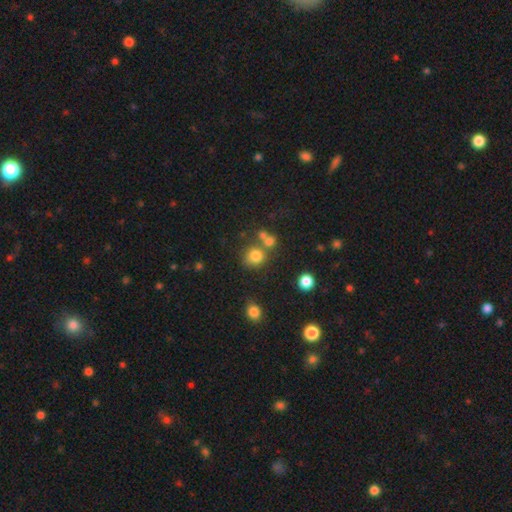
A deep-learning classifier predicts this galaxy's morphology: The model was most divided on "merging": none: 59%, merger: 25%, minor disturbance: 11%, major disturbance: 5%. More confident: how rounded — round (82%); smooth or featured — smooth (77%).